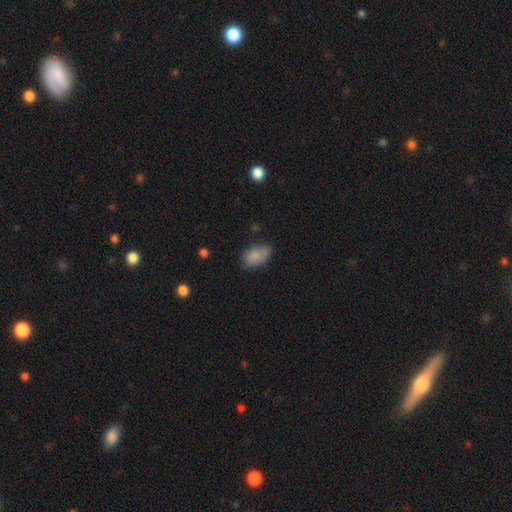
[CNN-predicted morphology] A smooth galaxy with no disk features (84%) that is in between round and cigar-shaped (89%).

Vote fractions:
- Smooth or featured? smooth: 84% / star or artifact: 8% / featured or disk: 8%
- How rounded? in between: 89% / round: 9% / cigar-shaped: 2%
- Merging? none: 63% / minor disturbance: 28% / major disturbance: 6% / merger: 2%